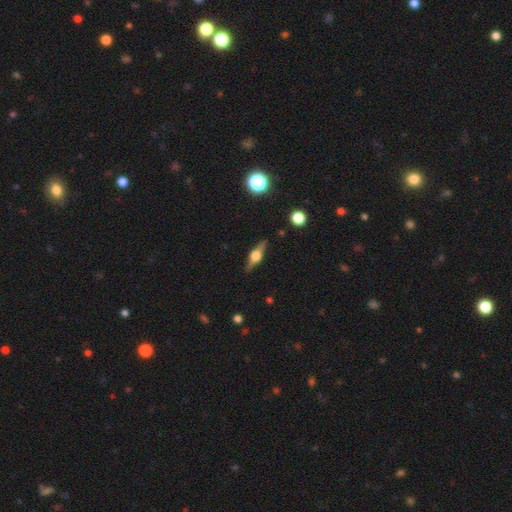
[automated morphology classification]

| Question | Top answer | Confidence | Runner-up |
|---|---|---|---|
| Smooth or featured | featured or disk | 73% | smooth (20%) |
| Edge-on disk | yes | 96% | no (4%) |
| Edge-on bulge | rounded | 92% | boxy (7%) |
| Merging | none | 86% | minor disturbance (10%) |